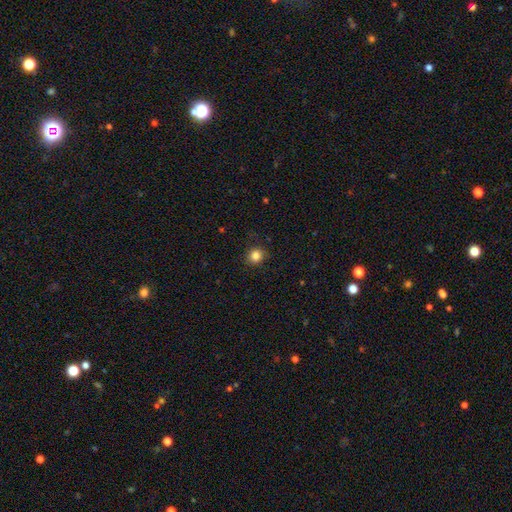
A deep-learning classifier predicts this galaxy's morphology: Smooth or featured?
  - smooth: 84% *
  - star or artifact: 11%
  - featured or disk: 5%
How rounded?
  - round: 85% *
  - in between: 14%
  - cigar-shaped: 1%
Merging?
  - none: 87% *
  - minor disturbance: 10%
  - major disturbance: 3%
  - merger: 1%